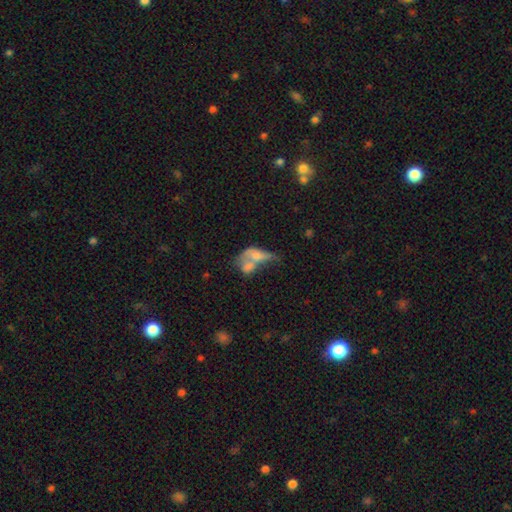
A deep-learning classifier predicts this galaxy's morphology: The model was most divided on "smooth or featured": smooth: 54%, featured or disk: 36%, star or artifact: 10%. More confident: how rounded — in between (77%); merging — merger (64%).